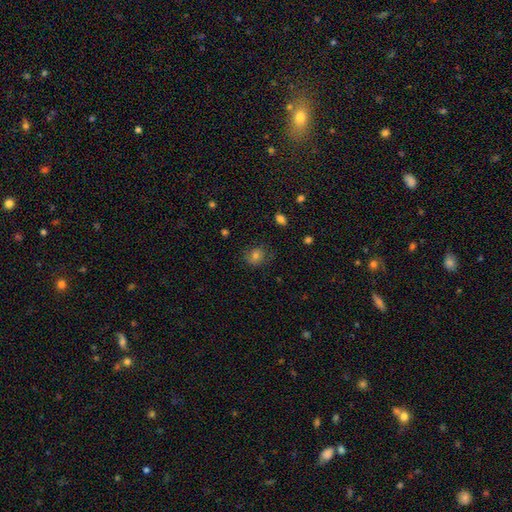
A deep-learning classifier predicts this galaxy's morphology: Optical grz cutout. It shows a smooth galaxy with no disk features (71%) that is round (71%). Merging: none (76%).